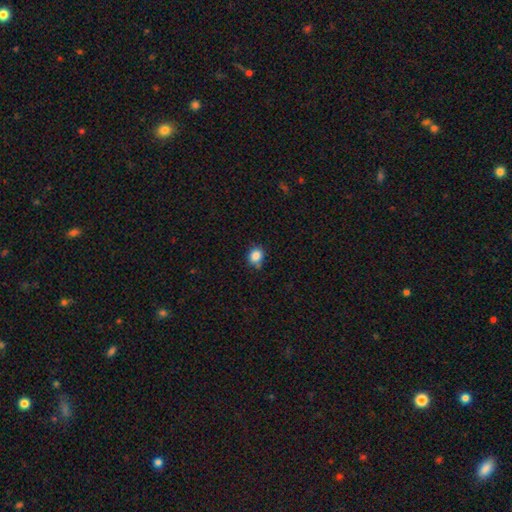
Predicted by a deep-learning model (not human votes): A smooth galaxy with no disk features (85%) that is round (71%).

Vote fractions:
- Smooth or featured? smooth: 85% / star or artifact: 11% / featured or disk: 4%
- How rounded? round: 71% / in between: 28% / cigar-shaped: 1%
- Merging? none: 73% / minor disturbance: 19% / merger: 5% / major disturbance: 4%